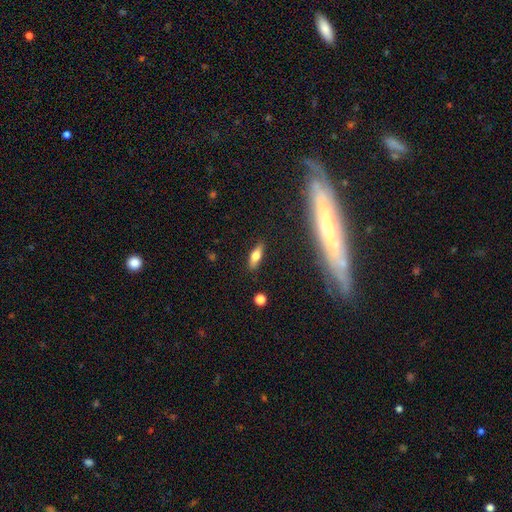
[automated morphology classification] A smooth galaxy with no disk features (65%) that is in between round and cigar-shaped (64%).

Vote fractions:
- Smooth or featured? smooth: 65% / featured or disk: 26% / star or artifact: 9%
- How rounded? in between: 64% / cigar-shaped: 33% / round: 3%
- Merging? none: 86% / minor disturbance: 10% / major disturbance: 2% / merger: 1%